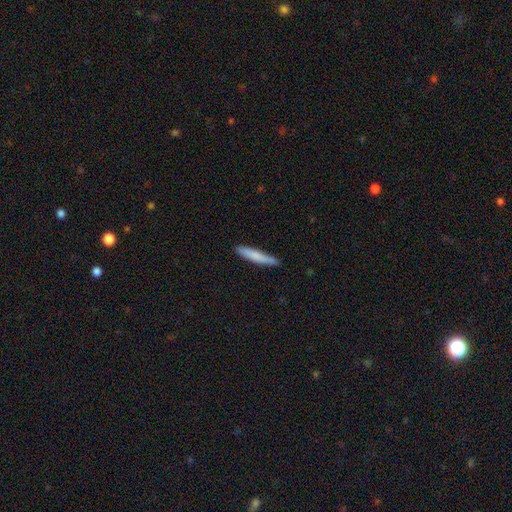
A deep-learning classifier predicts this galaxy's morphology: Q: Smooth or featured?
A: smooth (77%); runner-up: featured or disk (18%)
Q: How rounded?
A: cigar-shaped (93%); runner-up: in between (6%)
Q: Merging?
A: none (87%); runner-up: minor disturbance (11%)